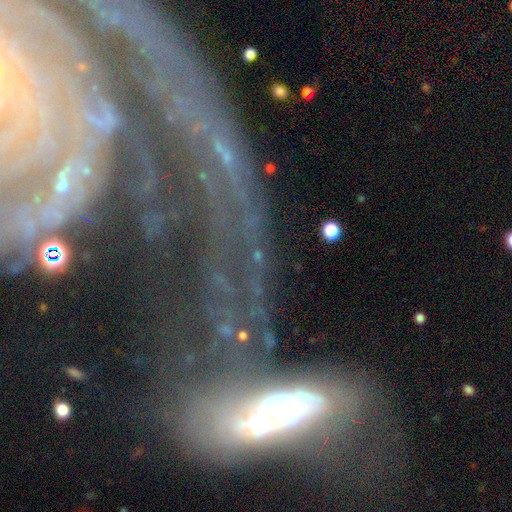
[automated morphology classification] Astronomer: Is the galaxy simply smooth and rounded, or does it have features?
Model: featured or disk — 60%.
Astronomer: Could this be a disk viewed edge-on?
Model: no — 77%.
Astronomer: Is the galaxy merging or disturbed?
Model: none — 51%.